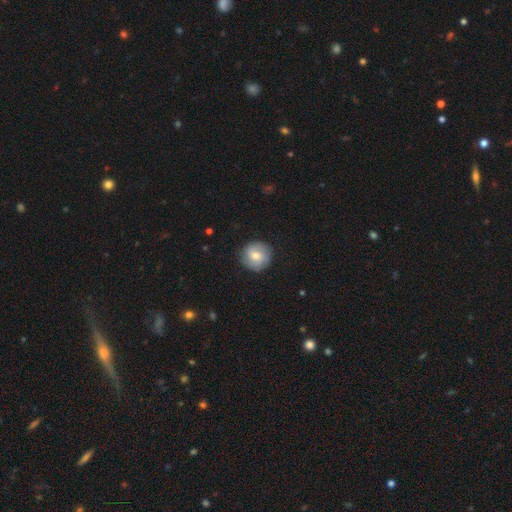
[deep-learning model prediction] This appears to be a smooth galaxy with no disk features (59%) that is round (93%). Merging: none (86%).